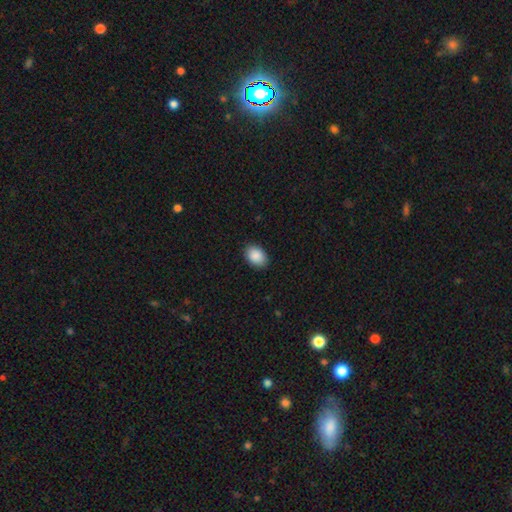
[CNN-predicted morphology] Smooth or featured? smooth (90%)
How rounded? in between (85%)
Merging? none (88%)